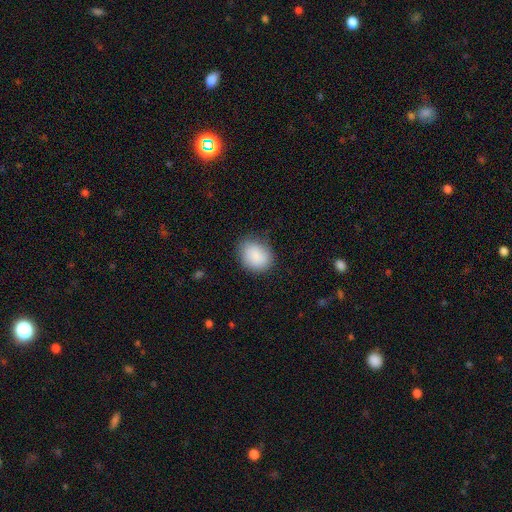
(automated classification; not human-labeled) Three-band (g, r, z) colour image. It shows a smooth galaxy with no disk features (87%) that is round (50%). Merging: none (77%).